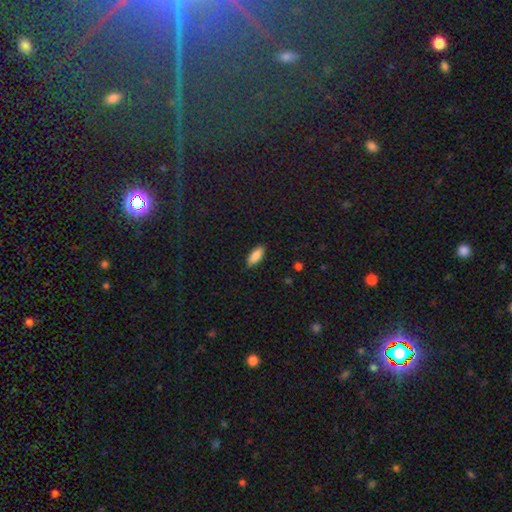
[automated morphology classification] smooth 88%, star or artifact 6%, featured or disk 6%. Down the decision tree: how rounded — in between (83%); merging — none (88%).